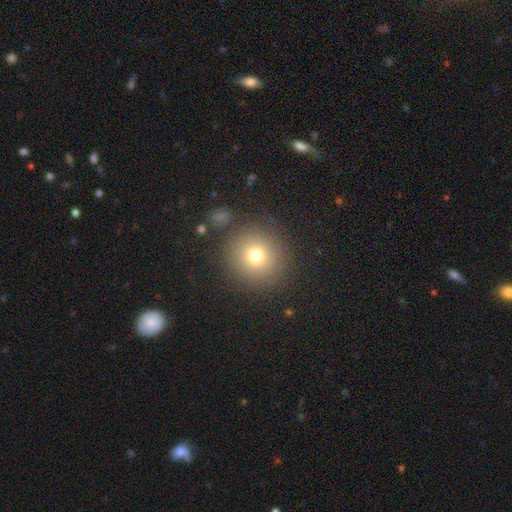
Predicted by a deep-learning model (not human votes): The model was most divided on "smooth or featured": smooth: 74%, star or artifact: 15%, featured or disk: 11%. More confident: how rounded — round (93%); merging — none (87%).